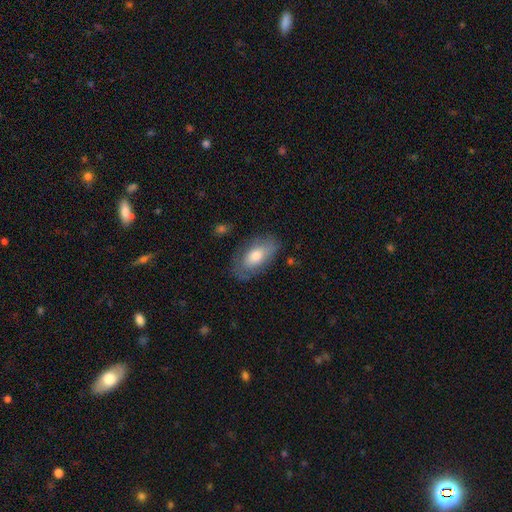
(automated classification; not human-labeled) Q: Smooth or featured?
A: smooth (66%); runner-up: featured or disk (27%)
Q: How rounded?
A: in between (90%); runner-up: cigar-shaped (5%)
Q: Merging?
A: none (69%); runner-up: minor disturbance (22%)